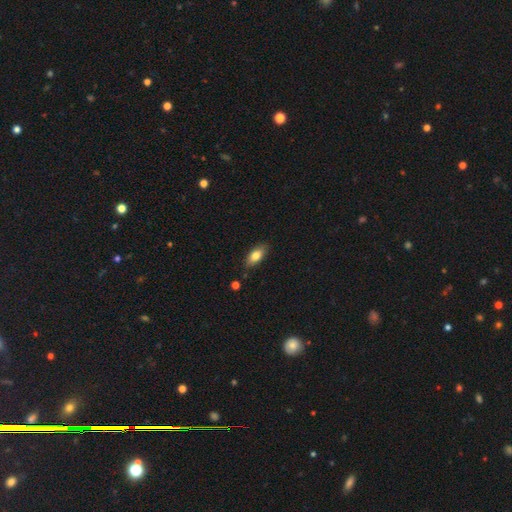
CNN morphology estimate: Overall: smooth (77%). How rounded: in between (85%). Merging: none (83%).